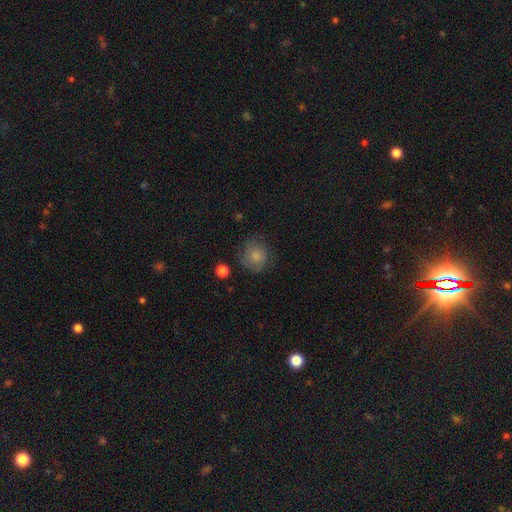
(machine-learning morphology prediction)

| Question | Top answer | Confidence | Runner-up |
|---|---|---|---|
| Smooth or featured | smooth | 77% | featured or disk (14%) |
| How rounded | round | 83% | in between (16%) |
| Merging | none | 66% | minor disturbance (22%) |